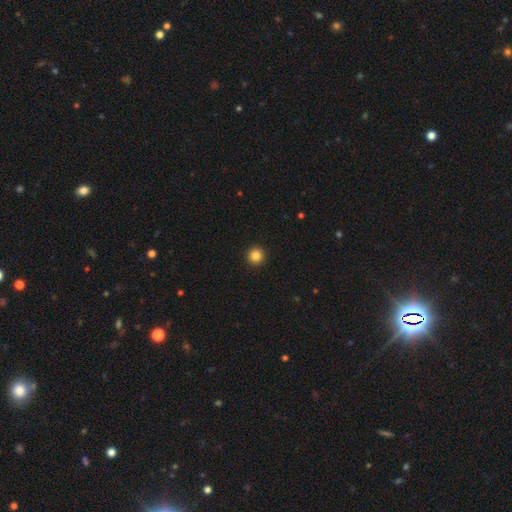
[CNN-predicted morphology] This is clearly a smooth galaxy (84%). How rounded: clearly round (96%). Merging: clearly none (94%).